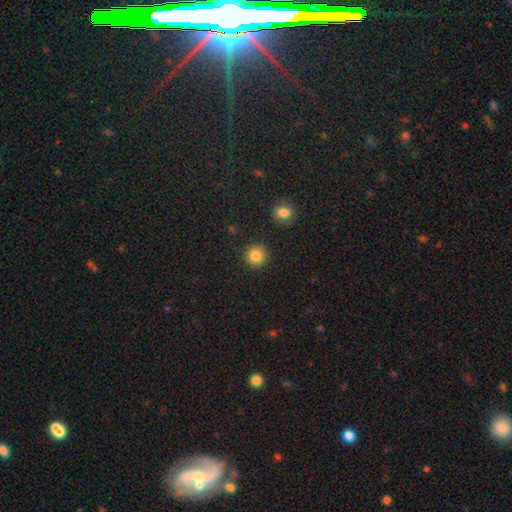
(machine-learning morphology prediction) Overall: smooth (85%). How rounded: round (94%). Merging: none (90%).